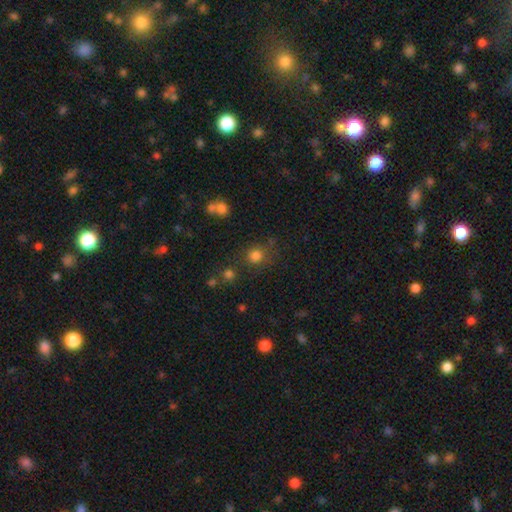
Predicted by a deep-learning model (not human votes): This appears to be a smooth galaxy with no disk features (79%) that is round (86%). Merging: none (73%).